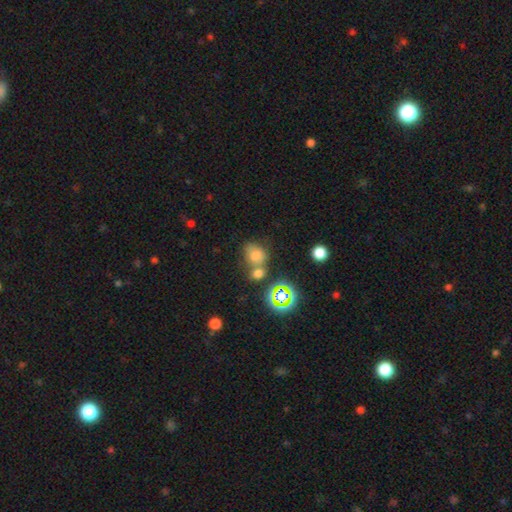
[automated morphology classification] A smooth galaxy with no disk features (67%) that is round (52%).

Vote fractions:
- Smooth or featured? smooth: 67% / star or artifact: 22% / featured or disk: 11%
- How rounded? round: 52% / in between: 46% / cigar-shaped: 1%
- Merging? none: 42% / merger: 36% / minor disturbance: 15% / major disturbance: 7%